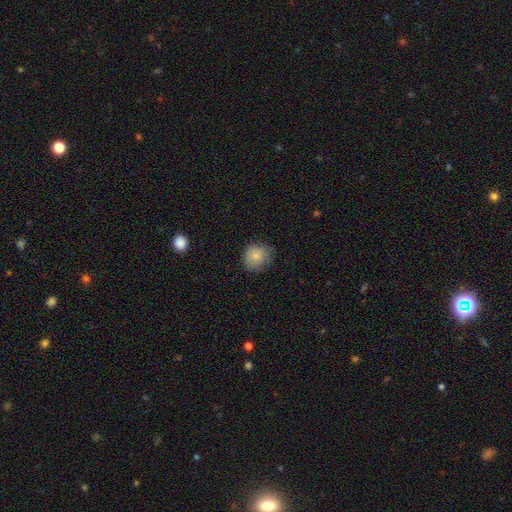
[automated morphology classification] Smooth or featured? smooth (84%)
How rounded? round (77%)
Merging? none (76%)